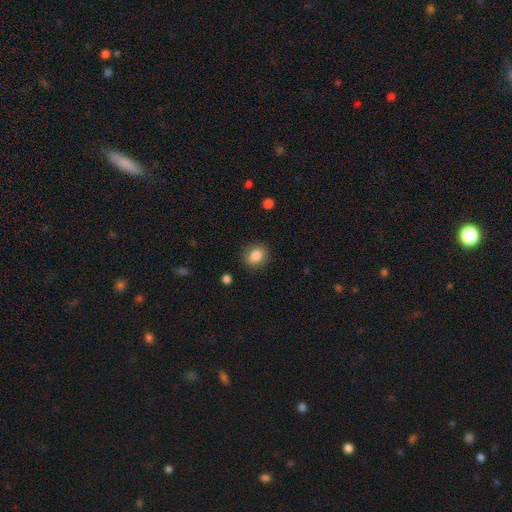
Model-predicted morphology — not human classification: This appears to be a smooth galaxy with no disk features (85%) that is round (61%). Merging: none (86%).